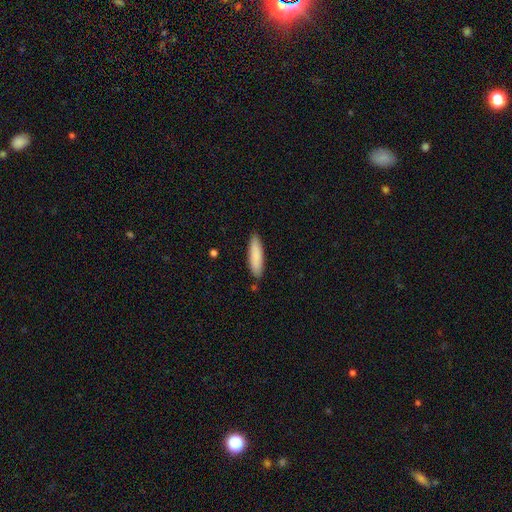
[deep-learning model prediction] Smooth or featured?
  - smooth: 86% *
  - featured or disk: 9%
  - star or artifact: 6%
How rounded?
  - cigar-shaped: 68% *
  - in between: 30%
  - round: 1%
Merging?
  - none: 86% *
  - minor disturbance: 10%
  - merger: 2%
  - major disturbance: 2%